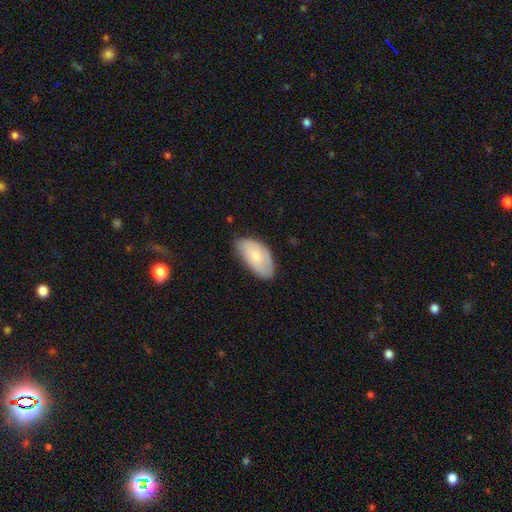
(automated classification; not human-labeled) Smooth or featured?
  - smooth: 68% *
  - featured or disk: 26%
  - star or artifact: 6%
How rounded?
  - in between: 94% *
  - round: 3%
  - cigar-shaped: 2%
Merging?
  - none: 65% *
  - minor disturbance: 28%
  - major disturbance: 5%
  - merger: 1%